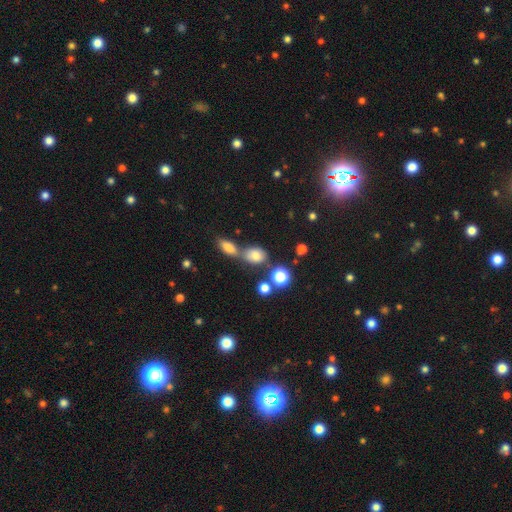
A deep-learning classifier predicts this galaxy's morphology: Smooth or featured? Predicted: smooth (p=0.75). How rounded? Predicted: in between (p=0.66). Merging? Predicted: none (p=0.47).